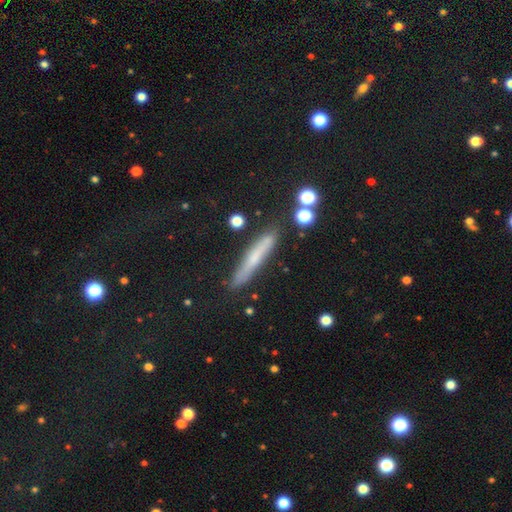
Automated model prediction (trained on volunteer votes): This appears to be a smooth galaxy with no disk features (50%). Merging: none (82%).